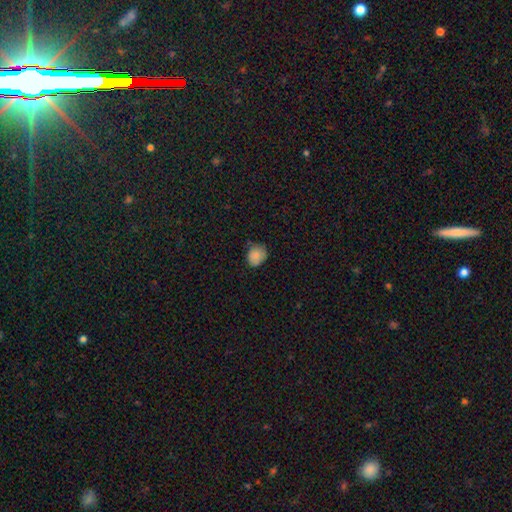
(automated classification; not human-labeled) smooth_or_featured: smooth (p=0.83) [alt: star or artifact p=0.09]
how_rounded: round (p=0.64) [alt: in between p=0.35]
merging: none (p=0.66) [alt: minor disturbance p=0.28]